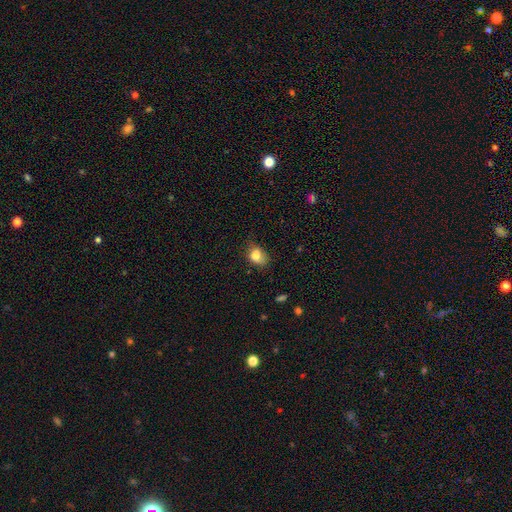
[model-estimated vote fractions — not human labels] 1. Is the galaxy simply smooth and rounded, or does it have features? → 80% smooth, 10% featured or disk, 10% star or artifact.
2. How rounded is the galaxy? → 66% in between, 33% round, 1% cigar-shaped.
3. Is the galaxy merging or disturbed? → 49% none, 37% minor disturbance, 12% major disturbance, 3% merger.